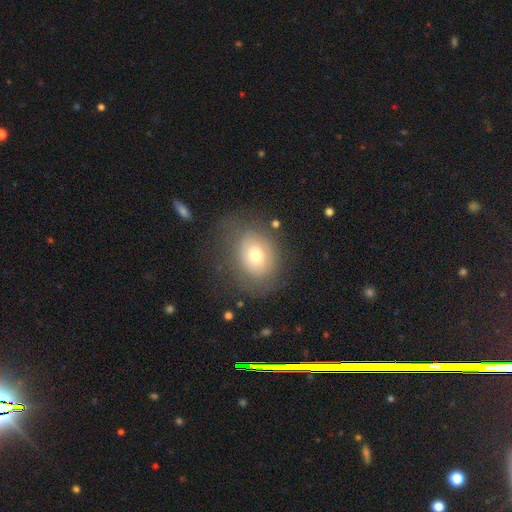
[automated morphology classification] Smooth or featured?
  - smooth: 65% *
  - featured or disk: 24%
  - star or artifact: 11%
How rounded?
  - in between: 51% *
  - round: 48%
  - cigar-shaped: 1%
Merging?
  - none: 66% *
  - minor disturbance: 20%
  - major disturbance: 12%
  - merger: 2%